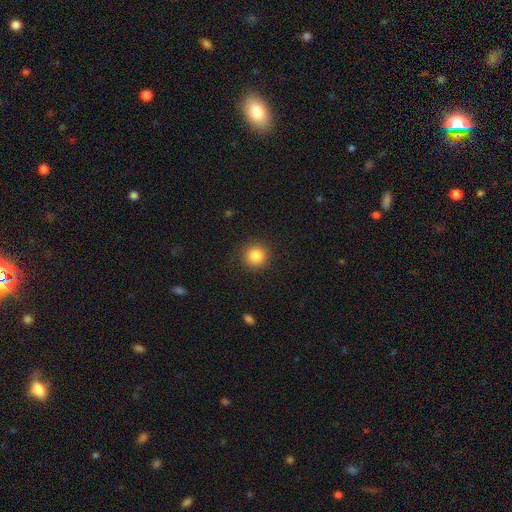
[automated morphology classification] Smooth or featured? Predicted: smooth (p=0.85). How rounded? Predicted: round (p=0.94). Merging? Predicted: none (p=0.91).